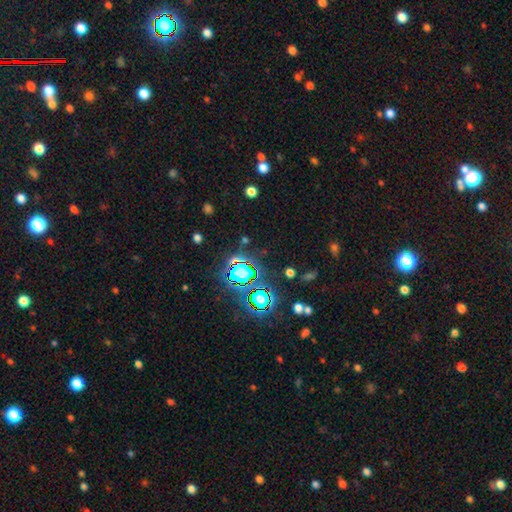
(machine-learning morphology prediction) A star or artifact, not a galaxy (78%).